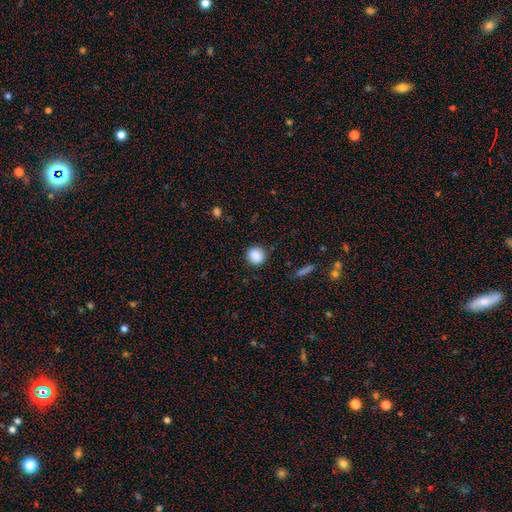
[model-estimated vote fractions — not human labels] This appears to be a smooth galaxy with no disk features (88%) that is round (88%). Merging: none (88%).